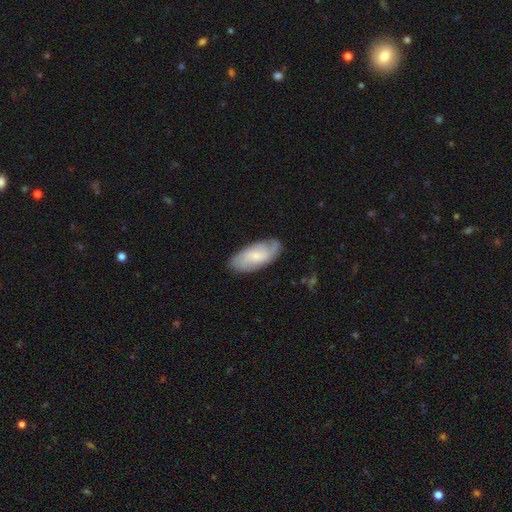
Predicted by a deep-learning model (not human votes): Overall: featured or disk (54%; smooth 40%). Edge-on disk: no (92%). Merging: none (77%).